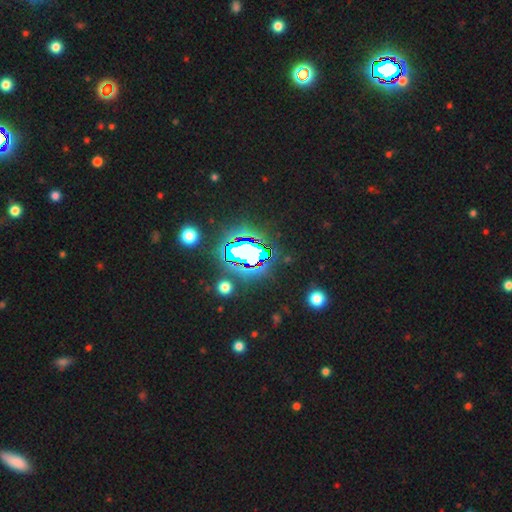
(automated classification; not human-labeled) Smooth or featured? Predicted: star or artifact (p=0.74).